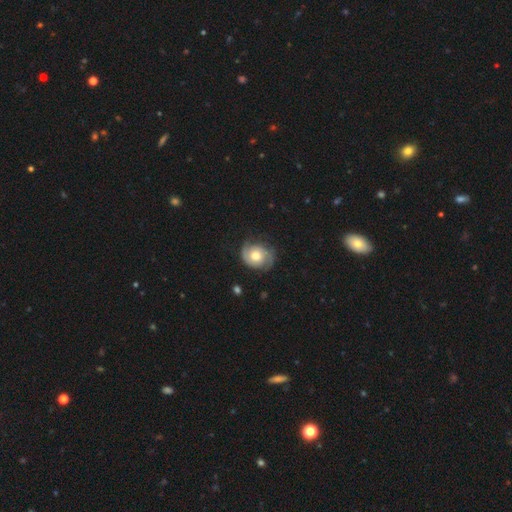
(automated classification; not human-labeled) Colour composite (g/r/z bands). It shows a featured or disk galaxy (70%) with no bar (77%), 2 (74%) tight (48%) spiral arms (92%) and a moderate central bulge (66%). Merging: none (71%).